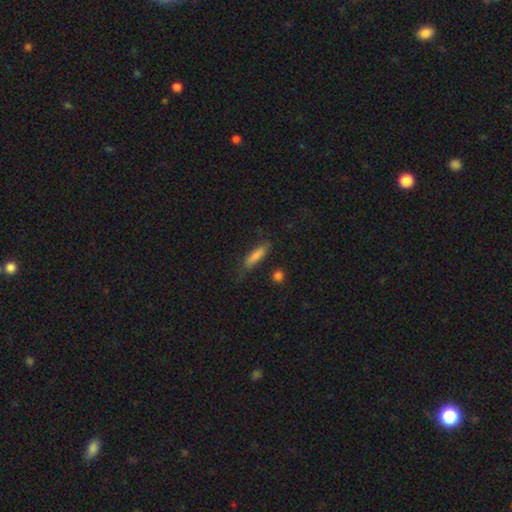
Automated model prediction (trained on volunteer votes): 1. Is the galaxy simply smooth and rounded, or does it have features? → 77% smooth, 15% featured or disk, 8% star or artifact.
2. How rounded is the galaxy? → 70% cigar-shaped, 28% in between, 2% round.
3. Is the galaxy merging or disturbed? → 71% none, 21% minor disturbance, 6% major disturbance, 3% merger.